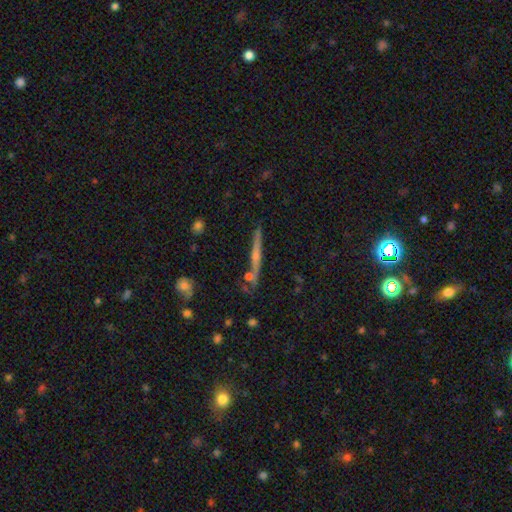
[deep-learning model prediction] A featured or disk galaxy (46%). Merging: none (74%).